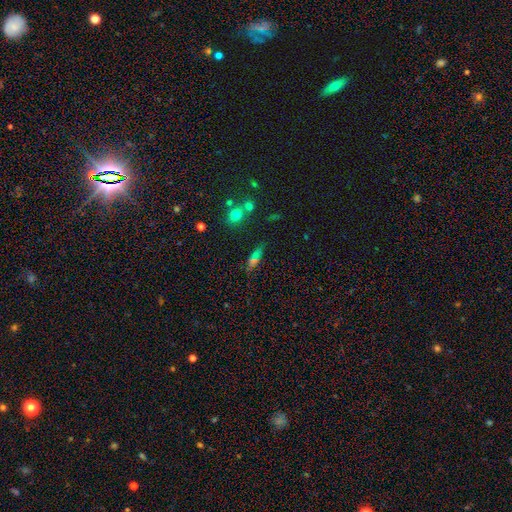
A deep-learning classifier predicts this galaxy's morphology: The model was most divided on "how rounded": cigar-shaped: 46%, in between: 44%, round: 9%. More confident: merging — none (66%); smooth or featured — smooth (54%).